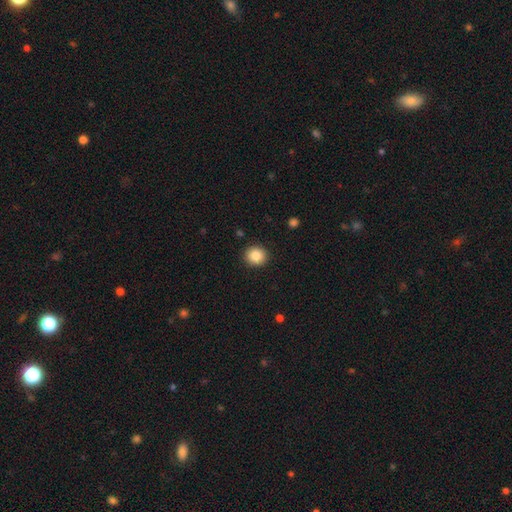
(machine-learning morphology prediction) smooth-or-featured: smooth: 85% | star or artifact: 9% | featured or disk: 5%
  how-rounded: round: 88% | in between: 11% | cigar-shaped: 1%
  merging: none: 91% | minor disturbance: 6% | major disturbance: 2% | merger: 1%